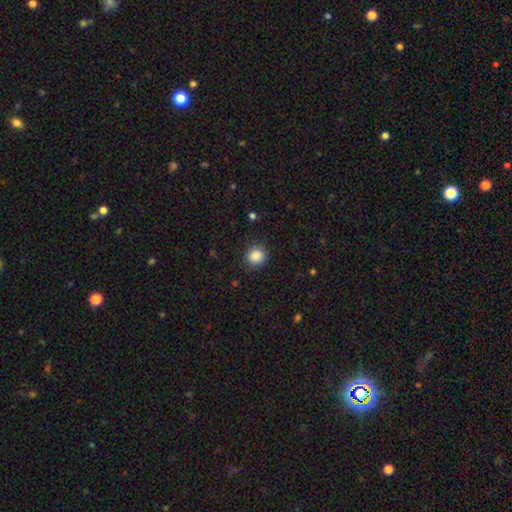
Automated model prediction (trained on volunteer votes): smooth 87%, star or artifact 9%, featured or disk 4%. Down the decision tree: how rounded — round (87%); merging — none (88%).